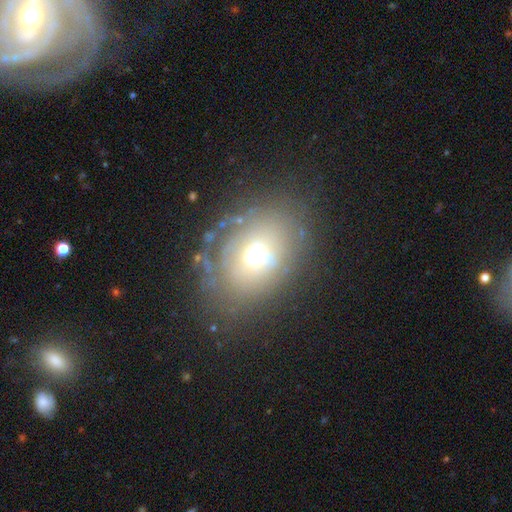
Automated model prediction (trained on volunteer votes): smooth 54%, featured or disk 28%, star or artifact 18%. Down the decision tree: how rounded — in between (51%); merging — none (69%).